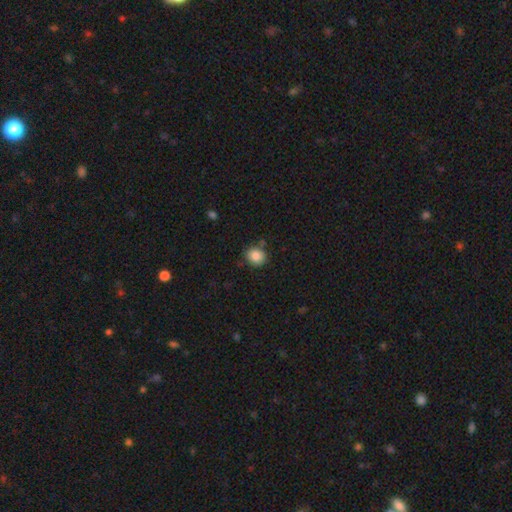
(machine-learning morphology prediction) Q: Smooth or featured?
A: smooth (85%); runner-up: star or artifact (9%)
Q: How rounded?
A: round (80%); runner-up: in between (19%)
Q: Merging?
A: none (79%); runner-up: minor disturbance (14%)